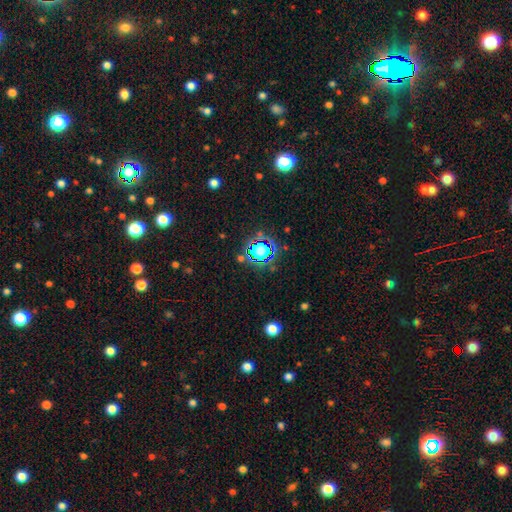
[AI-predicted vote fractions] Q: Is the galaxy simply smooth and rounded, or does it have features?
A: star or artifact — 72%.